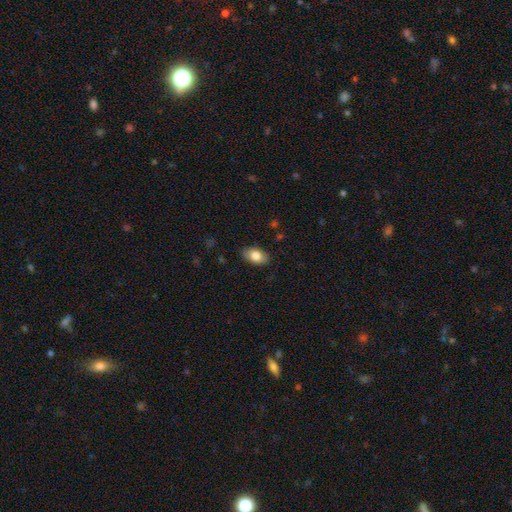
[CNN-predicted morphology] This appears to be a smooth galaxy with no disk features (82%) that is in between round and cigar-shaped (90%). Merging: none (86%).